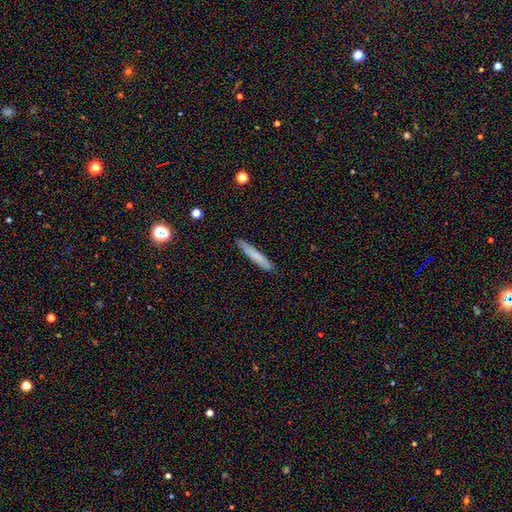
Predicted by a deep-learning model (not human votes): Overall: smooth (75%). How rounded: cigar-shaped (95%). Merging: none (89%).